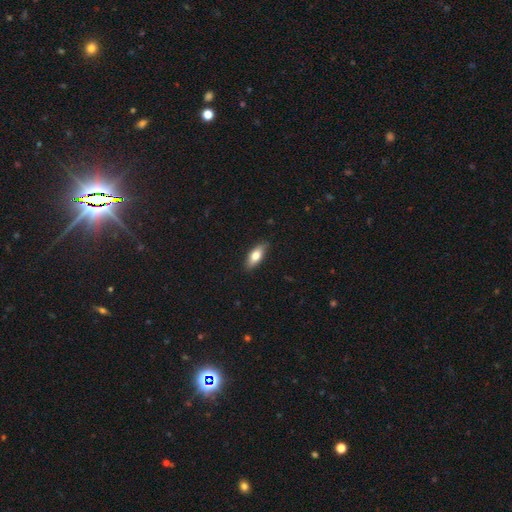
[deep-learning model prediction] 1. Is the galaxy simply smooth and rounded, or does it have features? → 72% smooth, 22% featured or disk, 6% star or artifact.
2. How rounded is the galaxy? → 74% in between, 23% cigar-shaped, 3% round.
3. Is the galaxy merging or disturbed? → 85% none, 12% minor disturbance, 2% major disturbance, 1% merger.